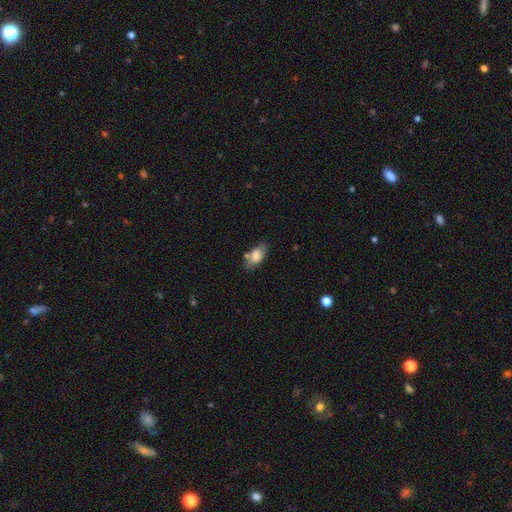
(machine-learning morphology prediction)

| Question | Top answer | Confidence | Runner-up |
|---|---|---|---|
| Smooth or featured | smooth | 78% | featured or disk (14%) |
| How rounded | in between | 90% | cigar-shaped (6%) |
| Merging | none | 67% | minor disturbance (20%) |